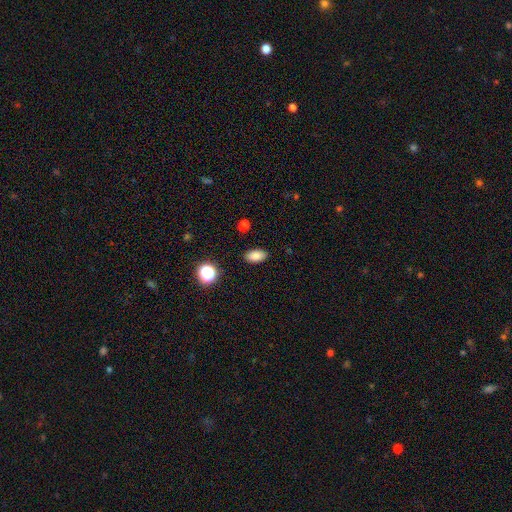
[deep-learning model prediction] A smooth galaxy with no disk features (85%) that is in between round and cigar-shaped (90%).

Vote fractions:
- Smooth or featured? smooth: 85% / star or artifact: 11% / featured or disk: 5%
- How rounded? in between: 90% / round: 7% / cigar-shaped: 3%
- Merging? none: 88% / minor disturbance: 8% / major disturbance: 2% / merger: 1%